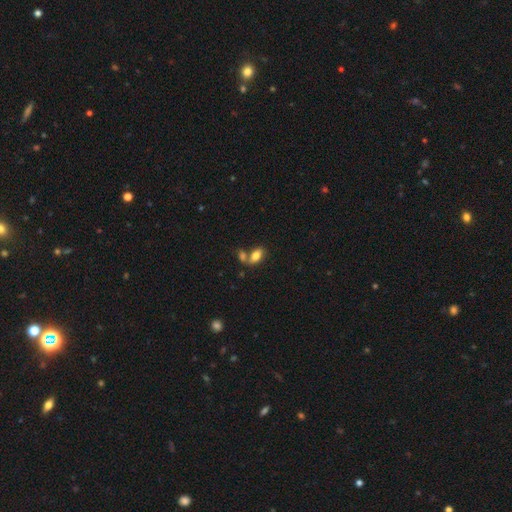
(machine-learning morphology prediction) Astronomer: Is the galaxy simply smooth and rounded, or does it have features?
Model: smooth — 80%.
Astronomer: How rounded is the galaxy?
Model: in between — 91%.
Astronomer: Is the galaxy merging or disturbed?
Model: none — 47% (runner-up: merger, 37%).